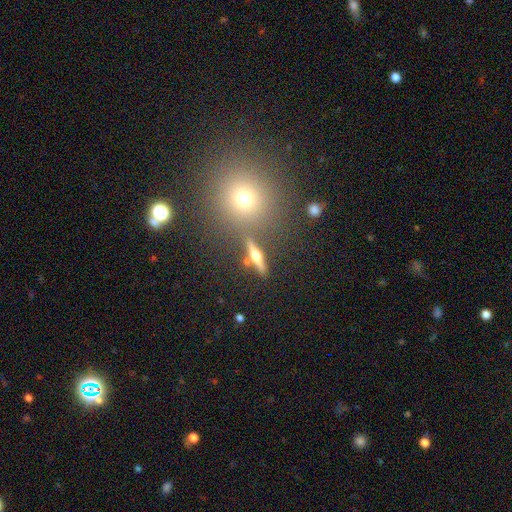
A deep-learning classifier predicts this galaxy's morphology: This appears to be a featured or disk galaxy (62%) viewed edge-on (91%) with a rounded central bulge (96%). Merging: none (80%).